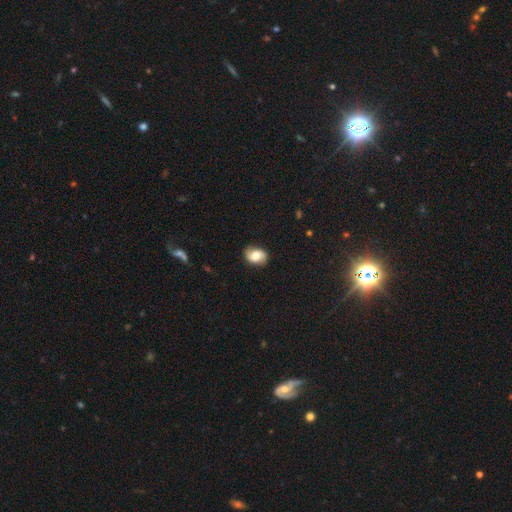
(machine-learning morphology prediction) Overall: smooth (60%; featured or disk 32%). How rounded: in between (74%). Merging: none (81%).